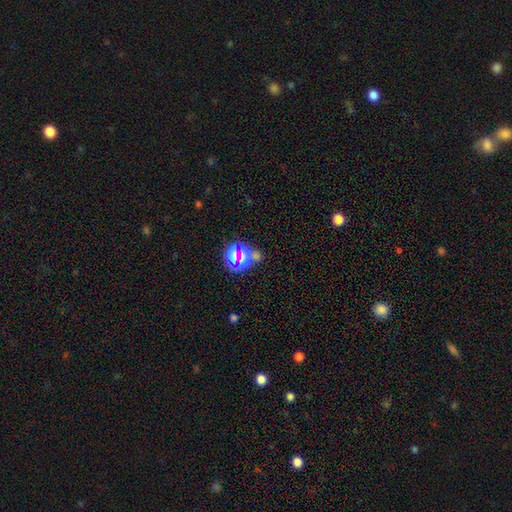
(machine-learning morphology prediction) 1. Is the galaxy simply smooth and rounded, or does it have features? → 65% star or artifact, 25% smooth, 10% featured or disk.